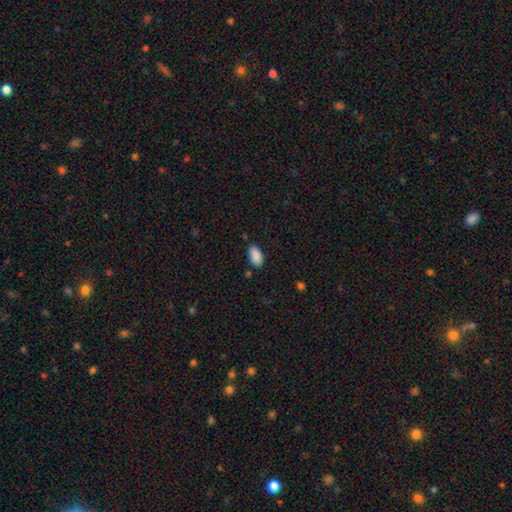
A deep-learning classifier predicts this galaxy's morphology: type=smooth (90%); roundness=in between (94%); merging=none (82%).